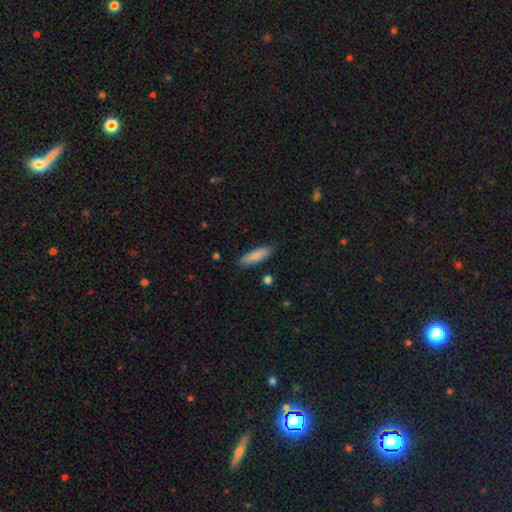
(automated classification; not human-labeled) smooth_or_featured: smooth (p=0.83) [alt: featured or disk p=0.11]
how_rounded: cigar-shaped (p=0.62) [alt: in between p=0.36]
merging: none (p=0.86) [alt: minor disturbance p=0.10]